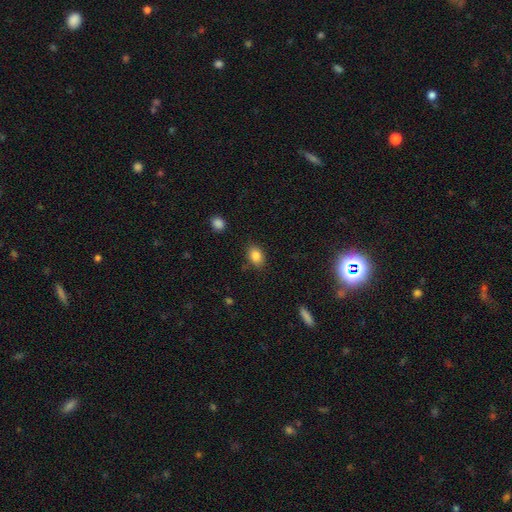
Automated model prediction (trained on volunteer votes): Smooth or featured? Predicted: smooth (p=0.84). How rounded? Predicted: in between (p=0.78). Merging? Predicted: none (p=0.81).